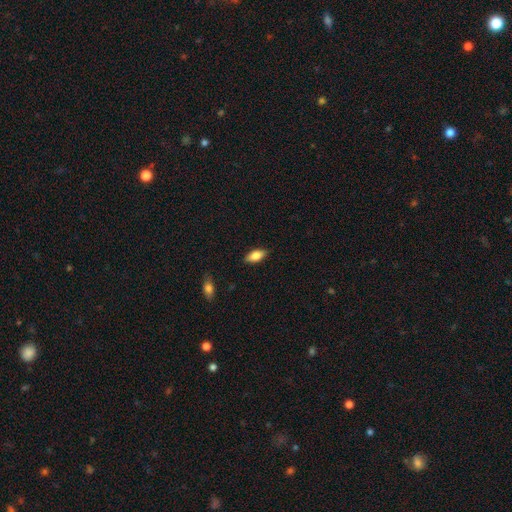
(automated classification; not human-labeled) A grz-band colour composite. It shows a smooth galaxy with no disk features (78%) that is in between round and cigar-shaped (85%). Merging: none (85%).